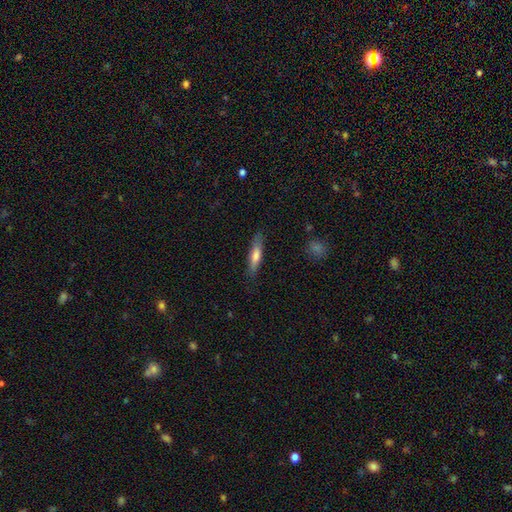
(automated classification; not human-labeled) smooth 64%, featured or disk 30%, star or artifact 6%. Down the decision tree: how rounded — cigar-shaped (80%); merging — none (83%).